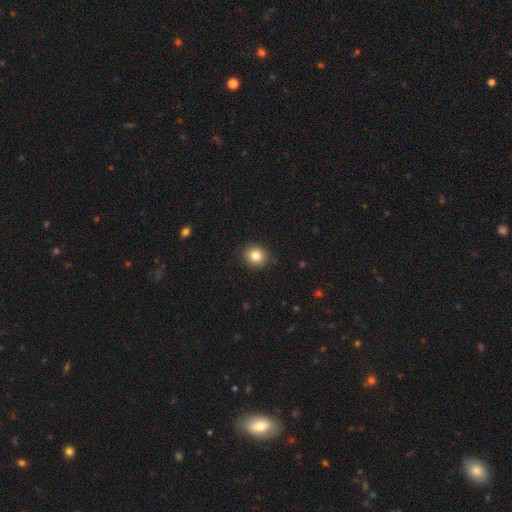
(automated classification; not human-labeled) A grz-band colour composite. It shows a smooth galaxy with no disk features (83%) that is round (81%). Merging: none (90%).